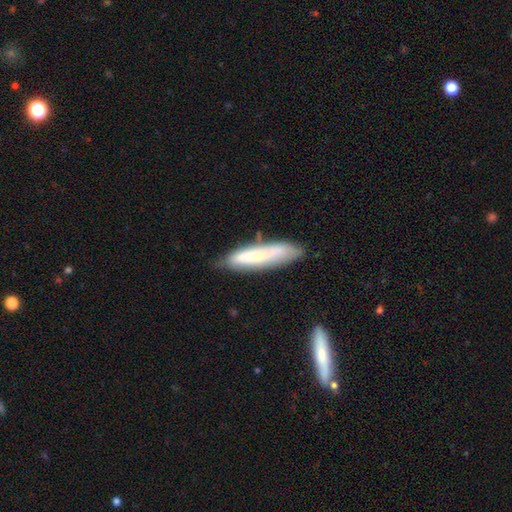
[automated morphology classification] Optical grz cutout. It shows a smooth galaxy with no disk features (59%) that is cigar-shaped (77%). Merging: none (65%).